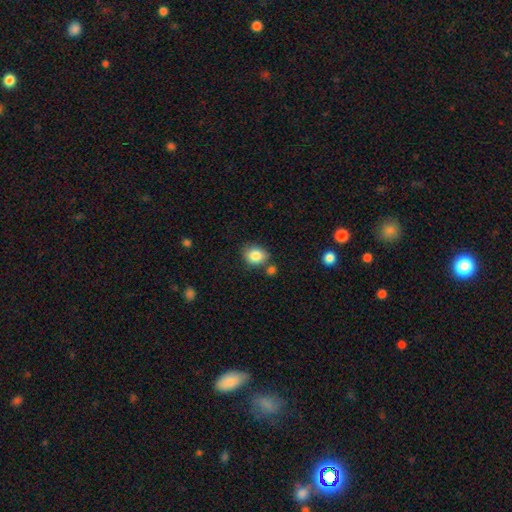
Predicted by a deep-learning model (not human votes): smooth_or_featured: smooth (p=0.85) [alt: star or artifact p=0.09]
how_rounded: round (p=0.62) [alt: in between p=0.37]
merging: none (p=0.68) [alt: minor disturbance p=0.17]